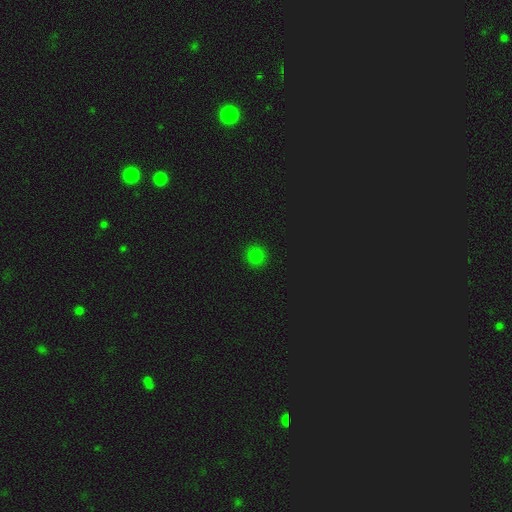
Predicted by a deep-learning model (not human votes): Smooth or featured? smooth (70%)
How rounded? round (92%)
Merging? none (85%)